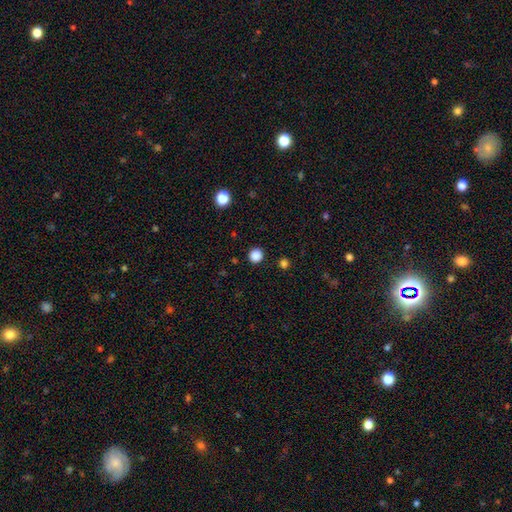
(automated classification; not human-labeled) A smooth galaxy with no disk features (85%) that is round (93%).

Vote fractions:
- Smooth or featured? smooth: 85% / star or artifact: 12% / featured or disk: 3%
- How rounded? round: 93% / in between: 6% / cigar-shaped: 1%
- Merging? none: 91% / minor disturbance: 5% / major disturbance: 2% / merger: 1%